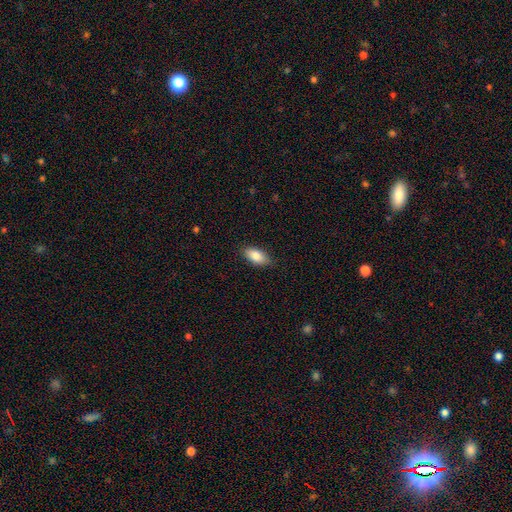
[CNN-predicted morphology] Smooth or featured? smooth (85%)
How rounded? in between (91%)
Merging? none (83%)